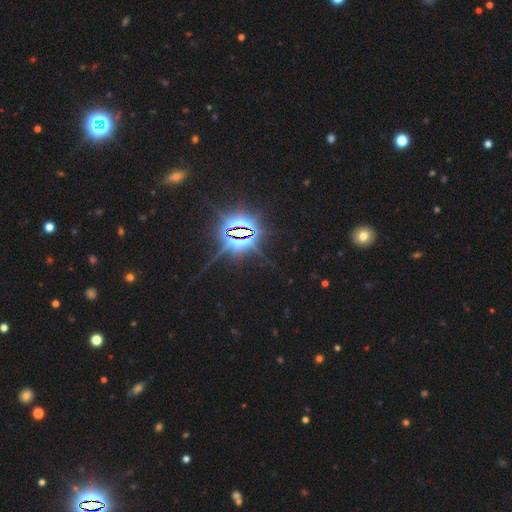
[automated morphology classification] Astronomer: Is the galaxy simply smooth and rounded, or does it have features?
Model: star or artifact — 84%.